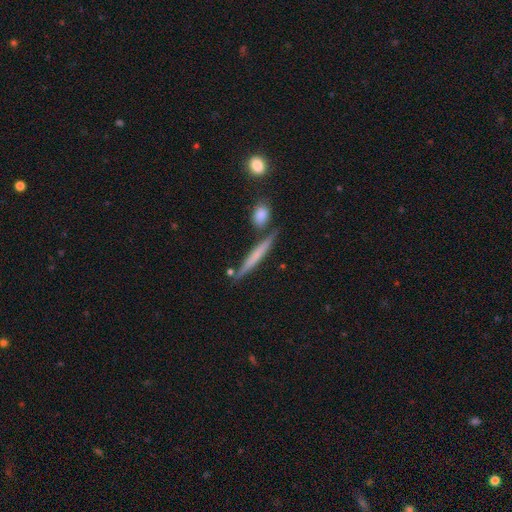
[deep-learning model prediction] The model was most divided on "smooth or featured": smooth: 48%, featured or disk: 45%, star or artifact: 7%. More confident: merging — none (80%).